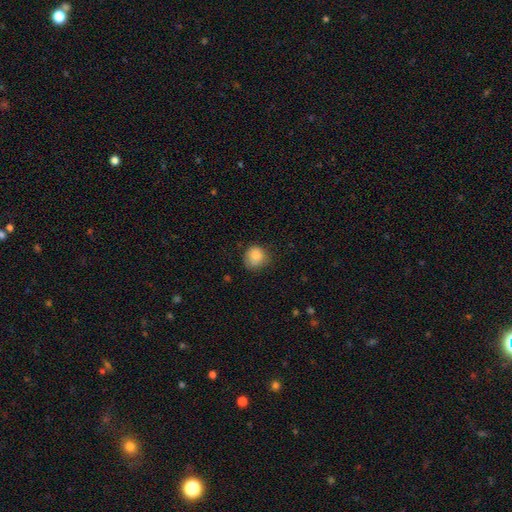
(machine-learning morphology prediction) Overall: smooth (84%). How rounded: round (82%). Merging: none (69%).